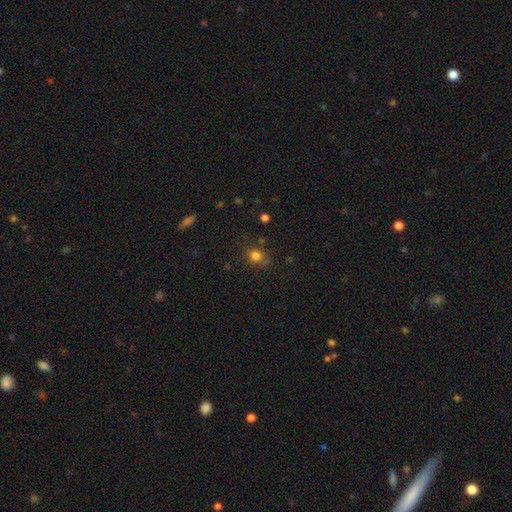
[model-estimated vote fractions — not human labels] smooth-or-featured: smooth: 79% | star or artifact: 15% | featured or disk: 6%
  how-rounded: round: 80% | in between: 19% | cigar-shaped: 1%
  merging: none: 70% | minor disturbance: 18% | major disturbance: 7% | merger: 6%